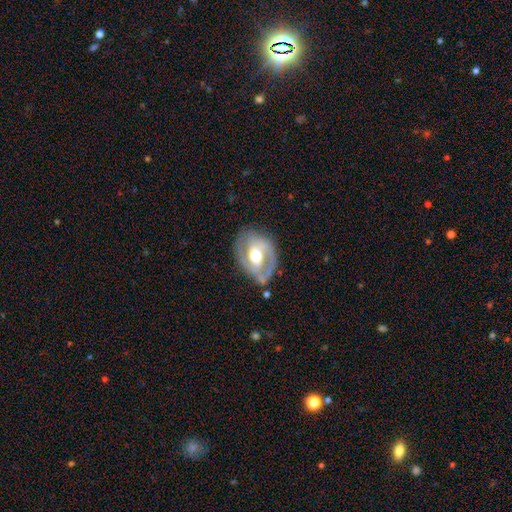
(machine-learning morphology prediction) Q: Smooth or featured?
A: featured or disk (79%); runner-up: smooth (16%)
Q: Edge-on disk?
A: no (96%); runner-up: yes (4%)
Q: Bar?
A: weak (41%); runner-up: no (33%)
Q: Spiral arms?
A: yes (81%); runner-up: no (19%)
Q: Spiral winding?
A: medium (44%); runner-up: tight (38%)
Q: Spiral arm count?
A: 2 (77%); runner-up: 1 (9%)
Q: Bulge size?
A: moderate (71%); runner-up: large (18%)
Q: Merging?
A: none (69%); runner-up: minor disturbance (20%)